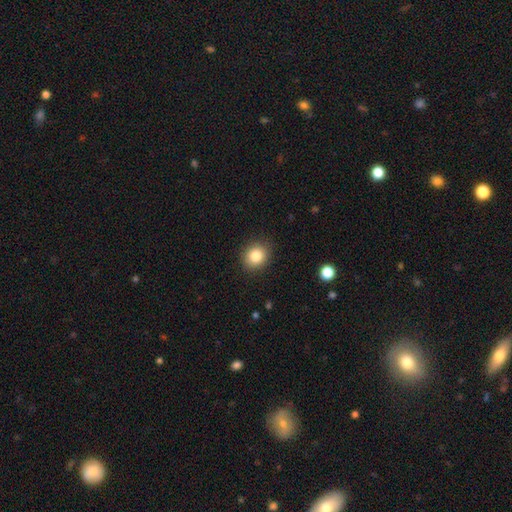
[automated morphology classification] Smooth or featured? smooth (83%)
How rounded? round (70%)
Merging? none (89%)